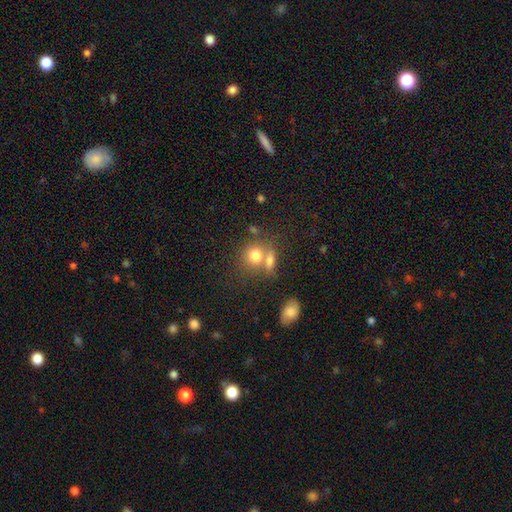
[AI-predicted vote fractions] A smooth galaxy with no disk features (76%) that is round (68%).

Vote fractions:
- Smooth or featured? smooth: 76% / featured or disk: 12% / star or artifact: 12%
- How rounded? round: 68% / in between: 30% / cigar-shaped: 2%
- Merging? merger: 43% (tied) / none: 43% (tied) / minor disturbance: 10% / major disturbance: 5%